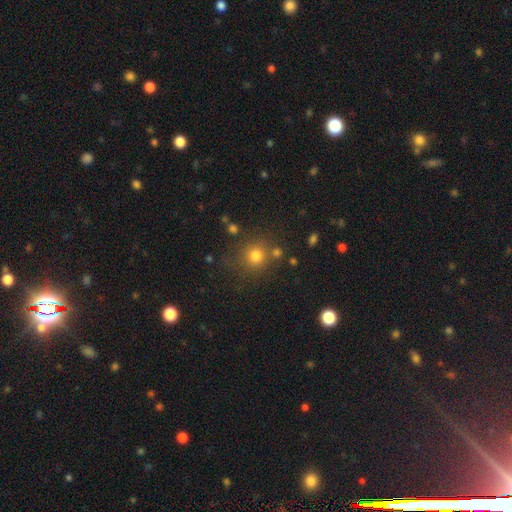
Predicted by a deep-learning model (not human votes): smooth-or-featured: smooth: 77% | star or artifact: 16% | featured or disk: 7%
  how-rounded: round: 90% | in between: 9% | cigar-shaped: 1%
  merging: none: 76% | minor disturbance: 11% | merger: 9% | major disturbance: 5%